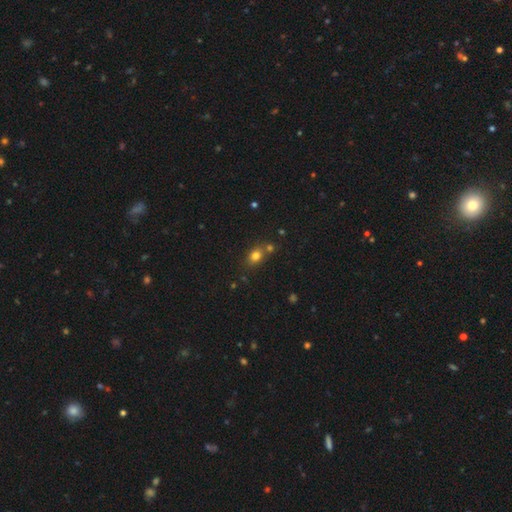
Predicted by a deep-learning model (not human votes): Smooth or featured?
  - smooth: 78% *
  - star or artifact: 14%
  - featured or disk: 8%
How rounded?
  - in between: 54% *
  - round: 44%
  - cigar-shaped: 2%
Merging?
  - none: 63% *
  - merger: 21%
  - minor disturbance: 12%
  - major disturbance: 4%